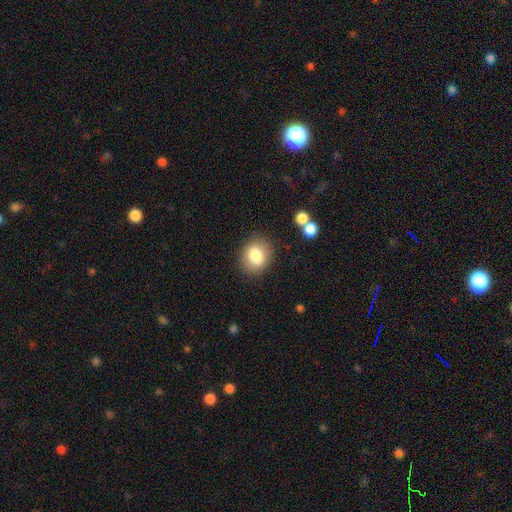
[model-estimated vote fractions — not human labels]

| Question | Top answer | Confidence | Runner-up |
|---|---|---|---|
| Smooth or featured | smooth | 81% | featured or disk (10%) |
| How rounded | round | 61% | in between (38%) |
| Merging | none | 85% | minor disturbance (10%) |